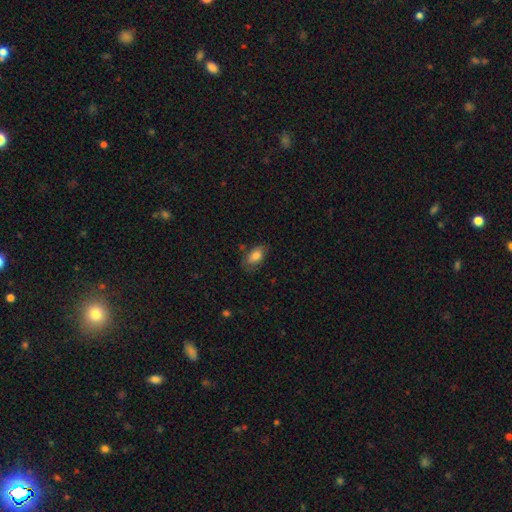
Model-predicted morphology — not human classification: smooth 80%, featured or disk 12%, star or artifact 8%. Down the decision tree: how rounded — in between (90%); merging — none (68%).